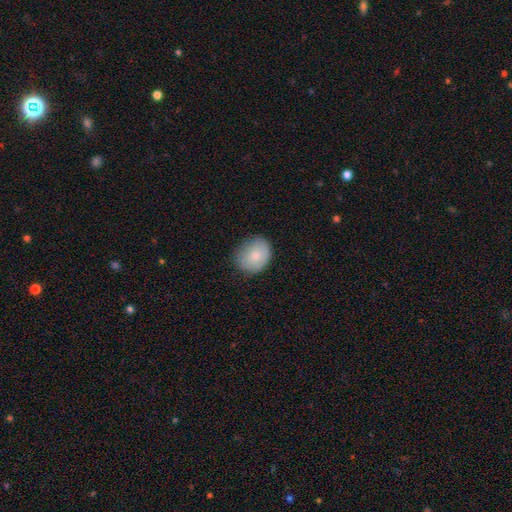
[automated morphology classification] The model was most divided on "how rounded": round: 56%, in between: 43%, cigar-shaped: 1%. More confident: smooth or featured — smooth (82%); merging — none (76%).